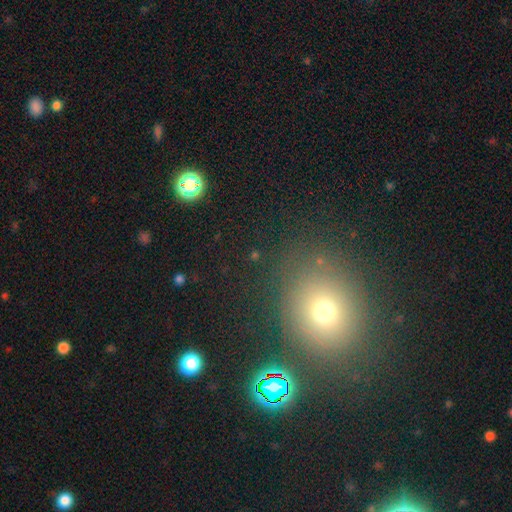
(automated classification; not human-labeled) Smooth or featured? Predicted: smooth (p=0.51). How rounded? Predicted: round (p=0.76). Merging? Predicted: none (p=0.81).